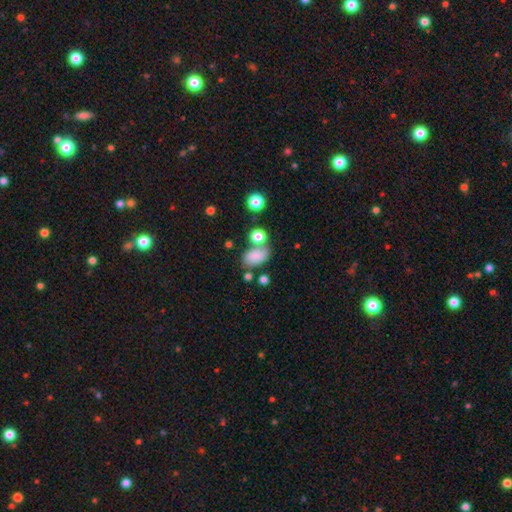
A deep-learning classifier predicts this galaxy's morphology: smooth-or-featured: smooth: 77% | featured or disk: 12% | star or artifact: 11%
  how-rounded: in between: 85% | round: 14% | cigar-shaped: 2%
  merging: none: 53% | merger: 21% | minor disturbance: 18% | major disturbance: 8%